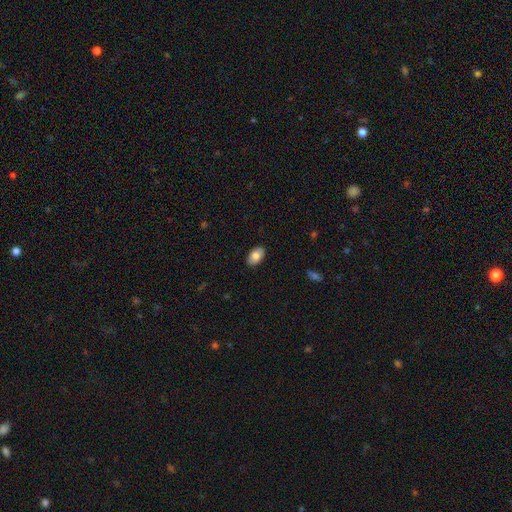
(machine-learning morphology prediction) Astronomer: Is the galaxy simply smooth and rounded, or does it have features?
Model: smooth — 79%.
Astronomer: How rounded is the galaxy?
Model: in between — 92%.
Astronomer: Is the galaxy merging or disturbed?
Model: none — 88%.